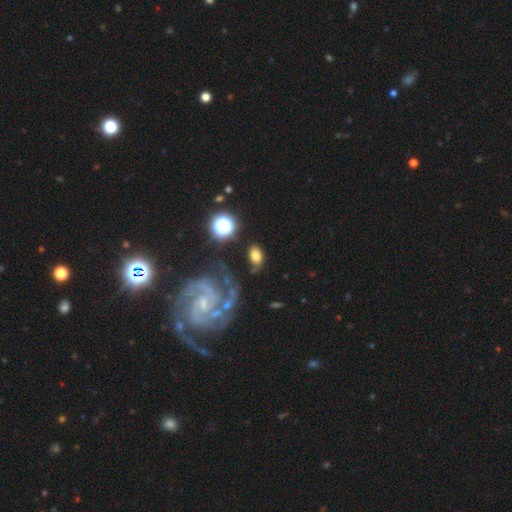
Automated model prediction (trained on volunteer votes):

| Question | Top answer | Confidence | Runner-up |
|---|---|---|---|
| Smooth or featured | smooth | 66% | featured or disk (21%) |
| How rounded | in between | 82% | round (17%) |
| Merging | none | 72% | minor disturbance (15%) |